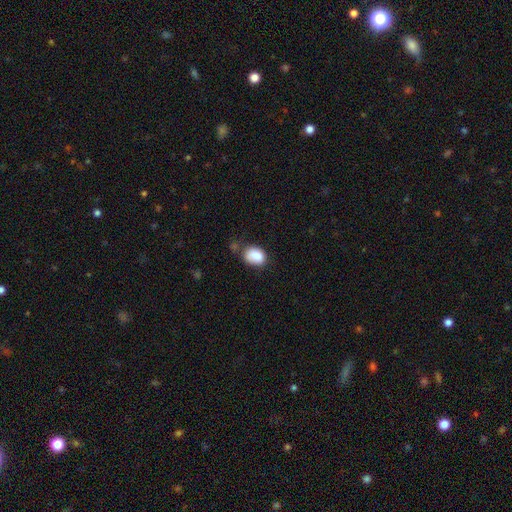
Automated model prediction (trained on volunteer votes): Morphology: type=smooth (85%); roundness=in between (71%); merging=none (54%).